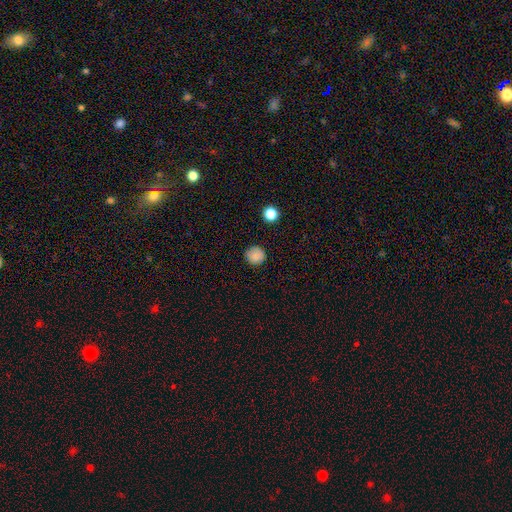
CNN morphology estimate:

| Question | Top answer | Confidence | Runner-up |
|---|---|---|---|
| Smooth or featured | smooth | 85% | star or artifact (11%) |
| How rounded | round | 94% | in between (5%) |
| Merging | none | 87% | minor disturbance (9%) |